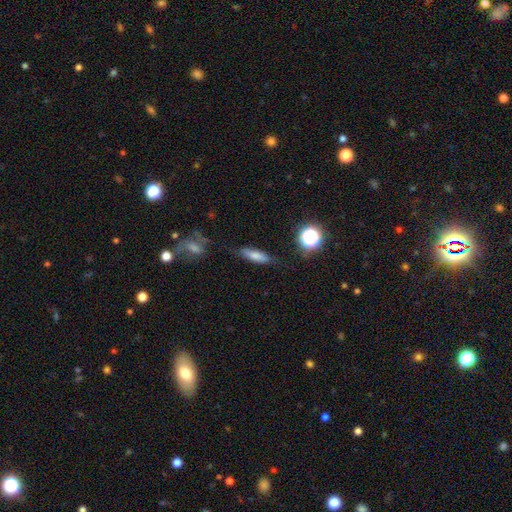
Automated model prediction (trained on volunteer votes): Smooth or featured? Predicted: smooth (p=0.70). How rounded? Predicted: cigar-shaped (p=0.54). Merging? Predicted: none (p=0.74).